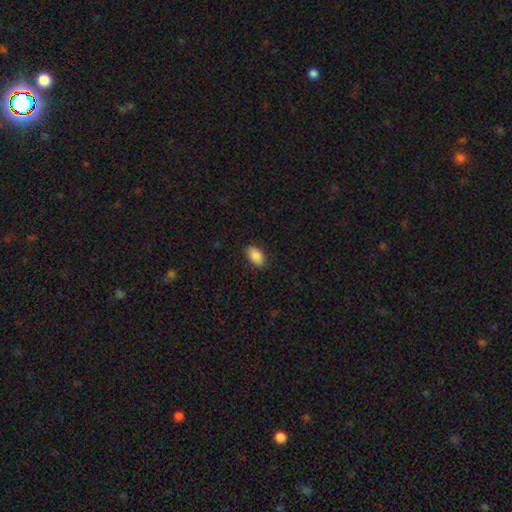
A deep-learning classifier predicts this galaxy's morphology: Overall: smooth (88%). How rounded: in between (93%). Merging: none (89%).